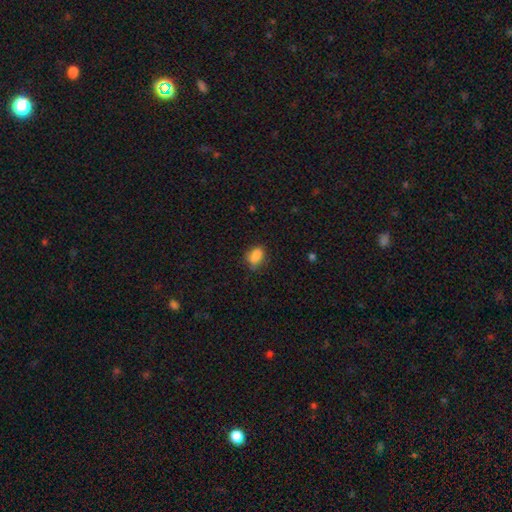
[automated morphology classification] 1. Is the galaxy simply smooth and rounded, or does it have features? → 81% smooth, 10% star or artifact, 9% featured or disk.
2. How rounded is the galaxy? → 76% in between, 20% round, 4% cigar-shaped.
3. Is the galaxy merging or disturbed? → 55% none, 24% minor disturbance, 13% merger, 8% major disturbance.